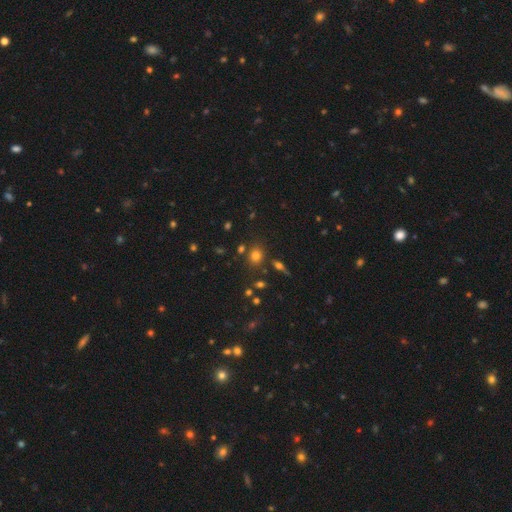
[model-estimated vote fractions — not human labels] Q: Smooth or featured?
A: smooth (73%); runner-up: star or artifact (16%)
Q: How rounded?
A: round (70%); runner-up: in between (28%)
Q: Merging?
A: none (77%); runner-up: minor disturbance (11%)